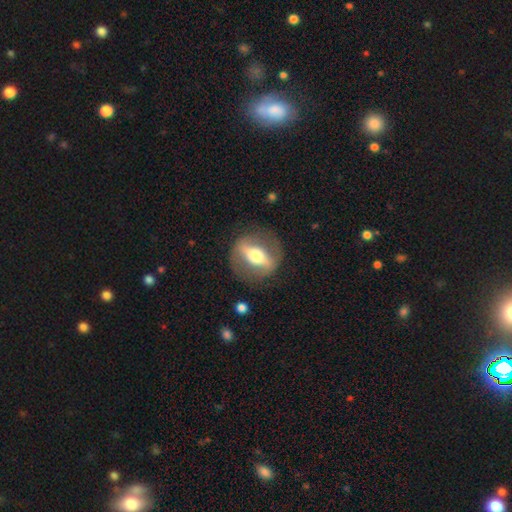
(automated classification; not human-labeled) Morphology: type=featured or disk (69%); edge-on=no (60%); merging=none (81%).